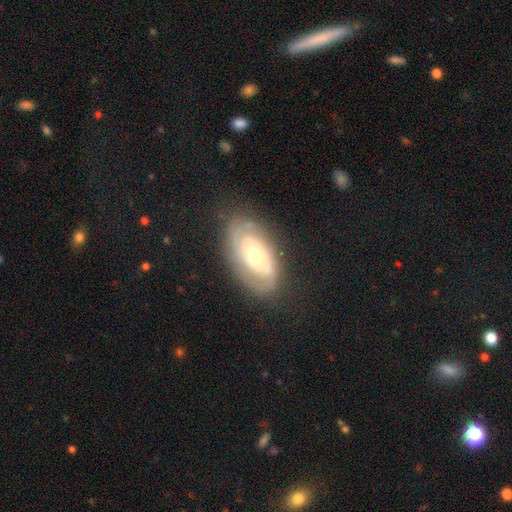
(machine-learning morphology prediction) This appears to be a featured or disk galaxy (71%) with no bar (77%), tight (67%) spiral arms (80%) and a moderate central bulge (46%). Merging: none (73%).